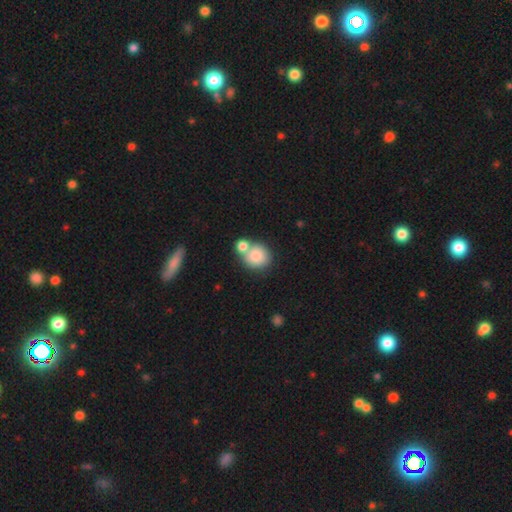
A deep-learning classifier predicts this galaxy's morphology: Smooth or featured? smooth (83%)
How rounded? round (80%)
Merging? merger (45%)